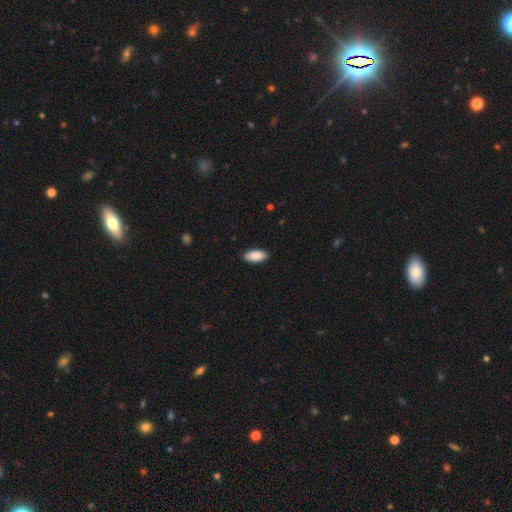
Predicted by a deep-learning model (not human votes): Overall: smooth (90%). How rounded: in between (91%). Merging: none (89%).